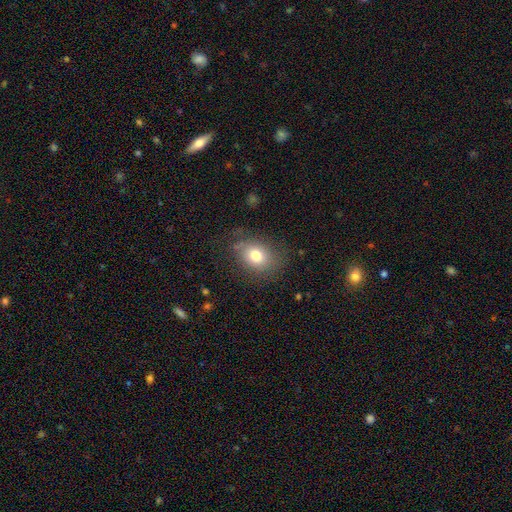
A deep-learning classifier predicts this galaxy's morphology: This appears to be a smooth galaxy with no disk features (77%) that is in between round and cigar-shaped (55%). Merging: none (73%).